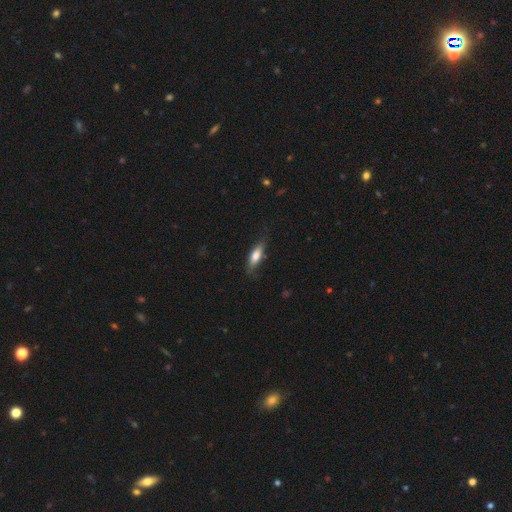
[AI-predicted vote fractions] Q: Smooth or featured?
A: smooth (74%); runner-up: featured or disk (20%)
Q: How rounded?
A: in between (55%); runner-up: cigar-shaped (43%)
Q: Merging?
A: none (74%); runner-up: minor disturbance (19%)